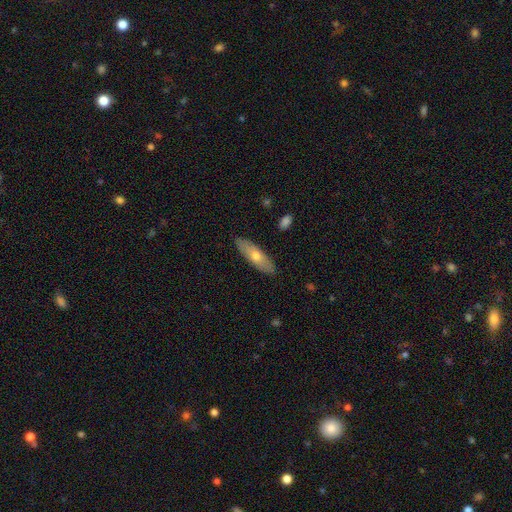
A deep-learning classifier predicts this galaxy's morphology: smooth_or_featured: smooth (p=0.60) [alt: featured or disk p=0.34]
how_rounded: cigar-shaped (p=0.49) [alt: in between p=0.48]
merging: none (p=0.88) [alt: minor disturbance p=0.09]